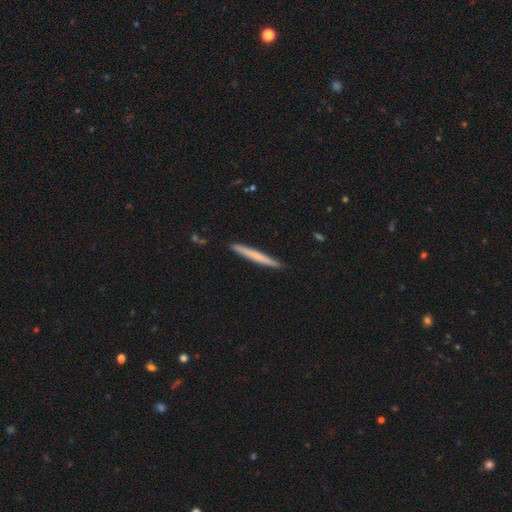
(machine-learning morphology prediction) type=smooth (62%); roundness=cigar-shaped (97%); merging=none (91%).